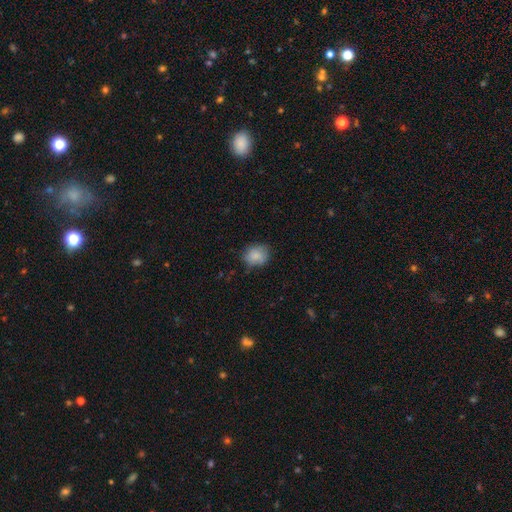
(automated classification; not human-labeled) Smooth or featured?
  - smooth: 81% *
  - featured or disk: 10%
  - star or artifact: 8%
How rounded?
  - round: 61% *
  - in between: 38%
  - cigar-shaped: 1%
Merging?
  - none: 67% *
  - minor disturbance: 26%
  - major disturbance: 6%
  - merger: 2%